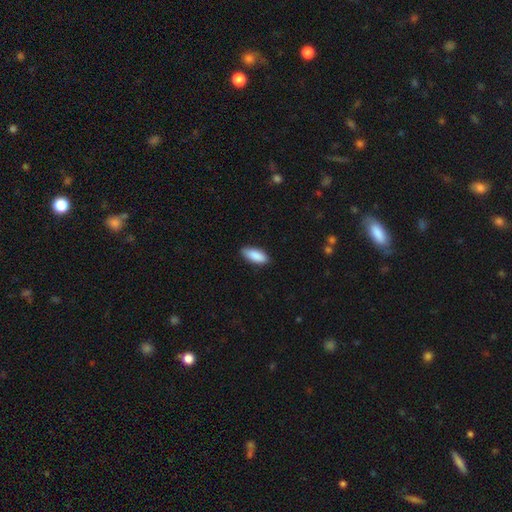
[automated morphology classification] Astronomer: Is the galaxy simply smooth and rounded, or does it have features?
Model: smooth — 89%.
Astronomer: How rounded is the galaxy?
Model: in between — 82%.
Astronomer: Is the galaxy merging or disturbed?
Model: none — 85%.